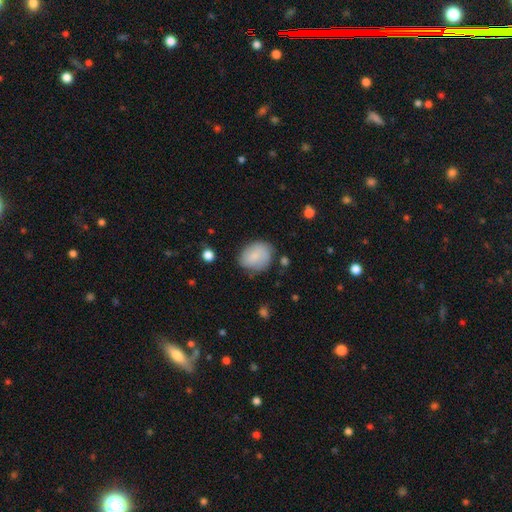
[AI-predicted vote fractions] This is likely a smooth galaxy (77%). How rounded: possibly in between (53%). Merging: likely none (67%).